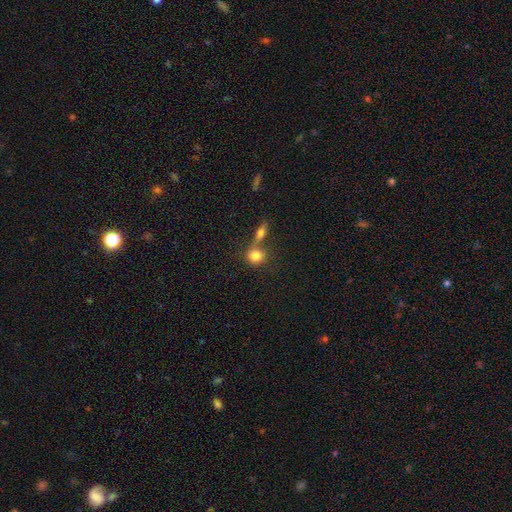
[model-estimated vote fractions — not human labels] smooth 81%, featured or disk 10%, star or artifact 9%. Down the decision tree: how rounded — round (72%); merging — merger (44%).